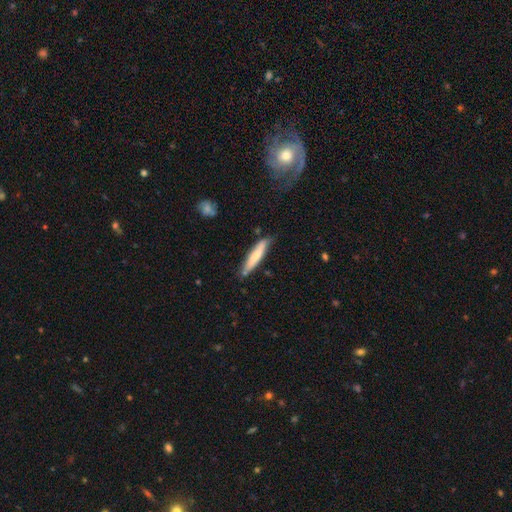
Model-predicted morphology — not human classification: smooth 71%, featured or disk 23%, star or artifact 6%. Down the decision tree: how rounded — cigar-shaped (88%); merging — none (75%).